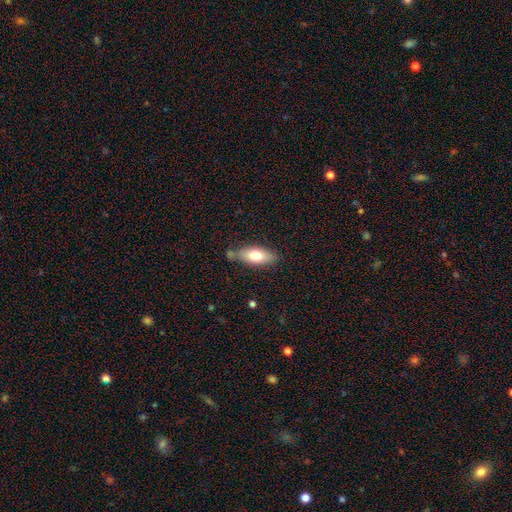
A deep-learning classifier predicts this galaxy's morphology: Q: Smooth or featured?
A: smooth (71%); runner-up: featured or disk (22%)
Q: How rounded?
A: in between (78%); runner-up: cigar-shaped (19%)
Q: Merging?
A: none (68%); runner-up: minor disturbance (19%)